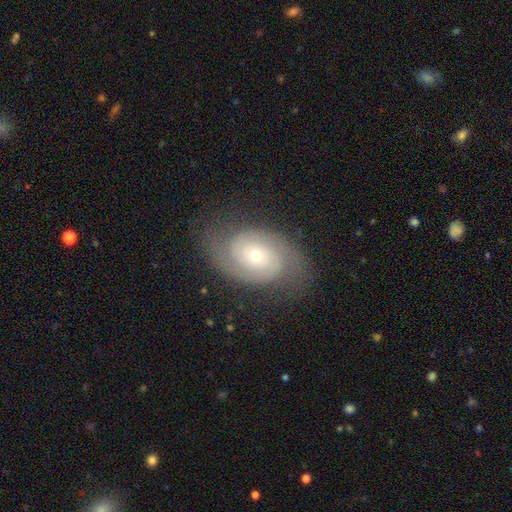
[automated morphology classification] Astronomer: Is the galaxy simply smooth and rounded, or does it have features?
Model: featured or disk — 87%.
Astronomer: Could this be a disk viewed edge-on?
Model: no — 97%.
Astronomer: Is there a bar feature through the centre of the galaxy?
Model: no — 71%.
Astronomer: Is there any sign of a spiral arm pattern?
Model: yes — 97%.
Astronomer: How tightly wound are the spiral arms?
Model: tight — 59% (runner-up: medium, 34%).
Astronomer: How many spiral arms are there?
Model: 2 — 88%.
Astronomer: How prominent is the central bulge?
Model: small — 59% (runner-up: moderate, 37%).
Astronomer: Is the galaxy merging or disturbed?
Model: none — 79%.